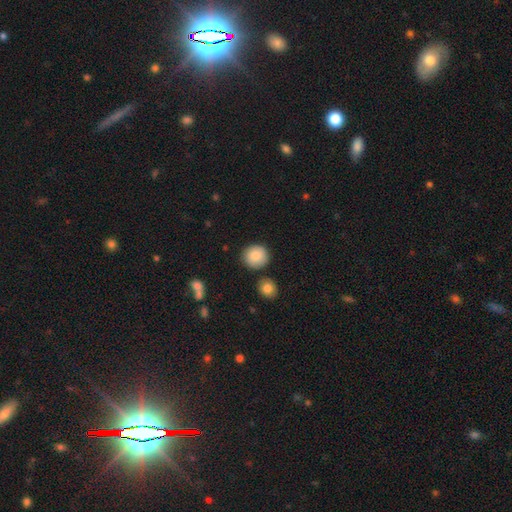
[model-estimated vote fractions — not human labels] smooth 84%, featured or disk 8%, star or artifact 8%. Down the decision tree: how rounded — round (90%); merging — none (84%).